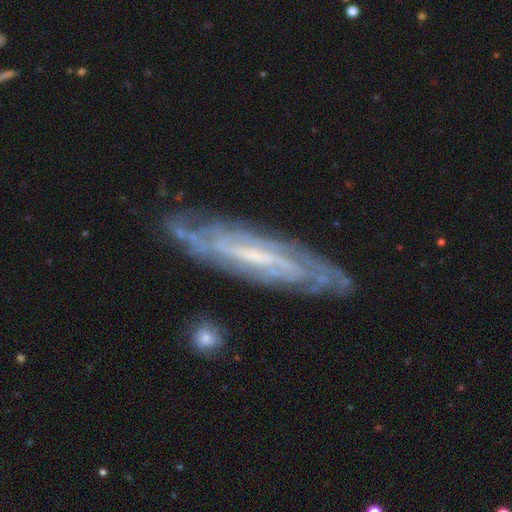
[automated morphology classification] This is clearly a featured or disk galaxy (84%). It is likely not viewed edge-on (71%). Bar: marginally weak (43%). Spiral arm pattern: clearly yes (94%). Spiral arm count: possibly can't tell (49%). Spiral winding: likely tight (65%). Central bulge: possibly small (56%). Merging: likely none (78%).